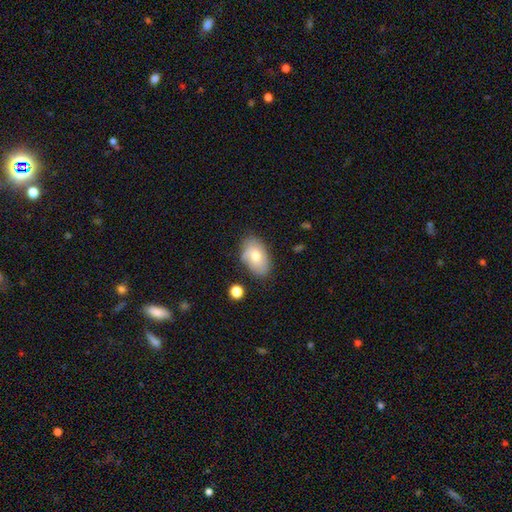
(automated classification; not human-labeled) This is likely a smooth galaxy (66%). How rounded: clearly in between (90%). Merging: likely none (69%).